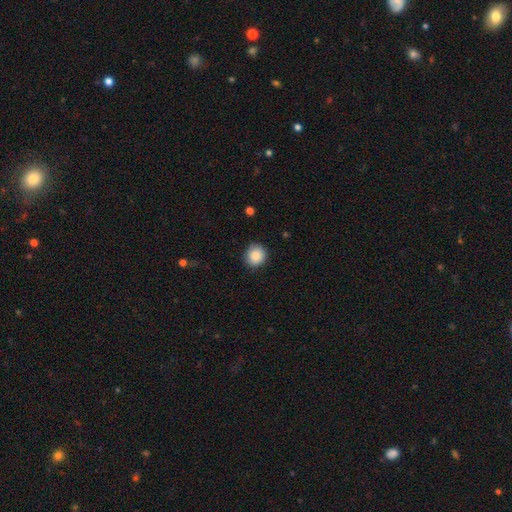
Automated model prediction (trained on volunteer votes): smooth_or_featured: smooth (p=0.88) [alt: star or artifact p=0.08]
how_rounded: round (p=0.86) [alt: in between p=0.13]
merging: none (p=0.87) [alt: minor disturbance p=0.10]